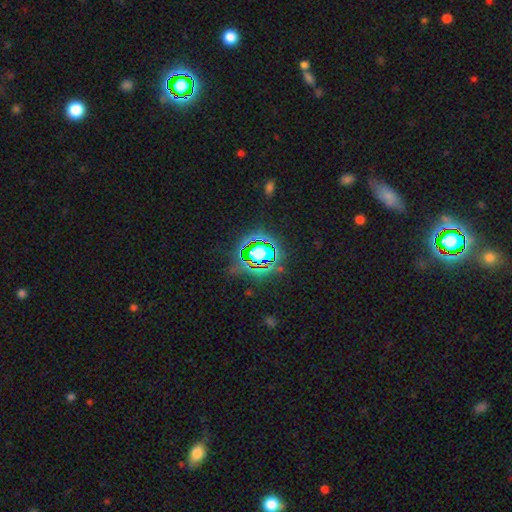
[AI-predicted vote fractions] star or artifact 66%, smooth 21%, featured or disk 13%.